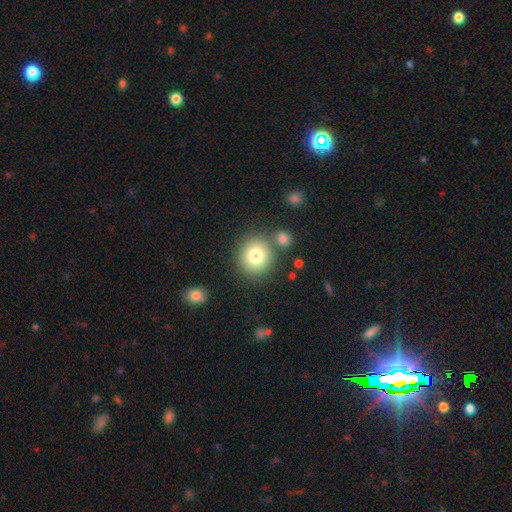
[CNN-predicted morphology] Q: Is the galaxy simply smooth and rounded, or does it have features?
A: smooth — 80%.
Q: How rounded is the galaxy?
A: round — 88%.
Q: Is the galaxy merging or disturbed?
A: none — 76%.